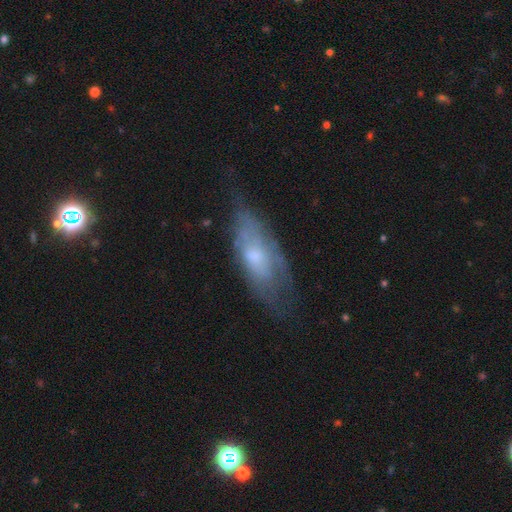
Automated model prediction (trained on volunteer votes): Overall: featured or disk (50%; smooth 42%). Merging: none (52%; minor disturbance 30%).